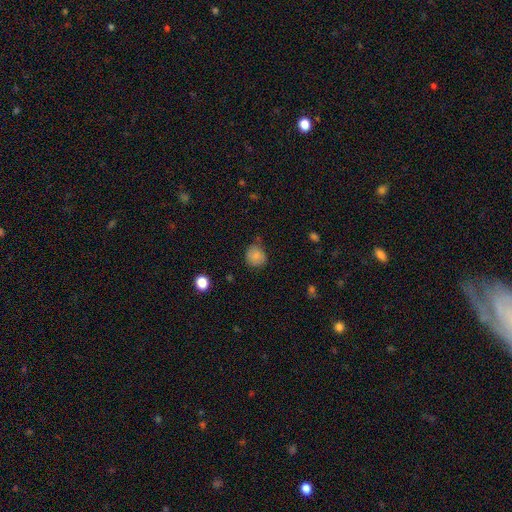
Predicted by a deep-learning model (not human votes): smooth-or-featured: smooth: 83% | star or artifact: 10% | featured or disk: 7%
  how-rounded: round: 84% | in between: 15% | cigar-shaped: 1%
  merging: none: 70% | minor disturbance: 23% | major disturbance: 4% | merger: 3%